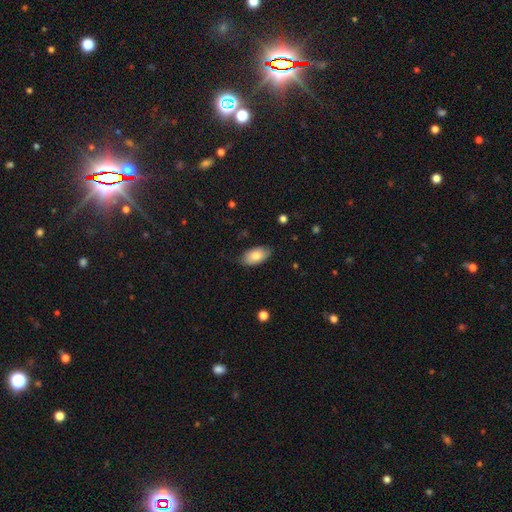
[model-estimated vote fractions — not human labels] Smooth or featured? Predicted: smooth (p=0.80). How rounded? Predicted: in between (p=0.94). Merging? Predicted: none (p=0.79).